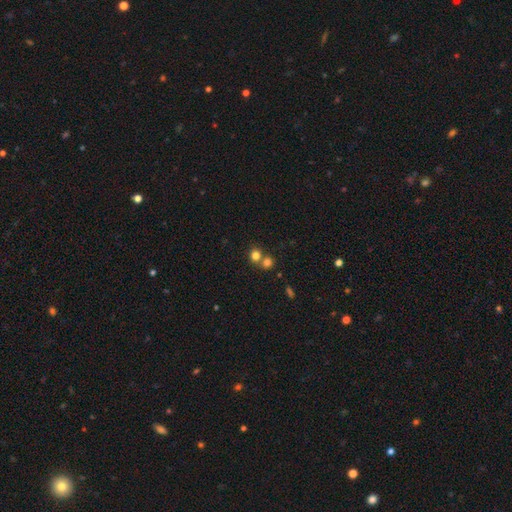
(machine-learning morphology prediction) A smooth galaxy with no disk features (79%) that is round (77%).

Vote fractions:
- Smooth or featured? smooth: 79% / star or artifact: 13% / featured or disk: 8%
- How rounded? round: 77% / in between: 22% / cigar-shaped: 1%
- Merging? none: 48% / merger: 43% / minor disturbance: 6% / major disturbance: 3%